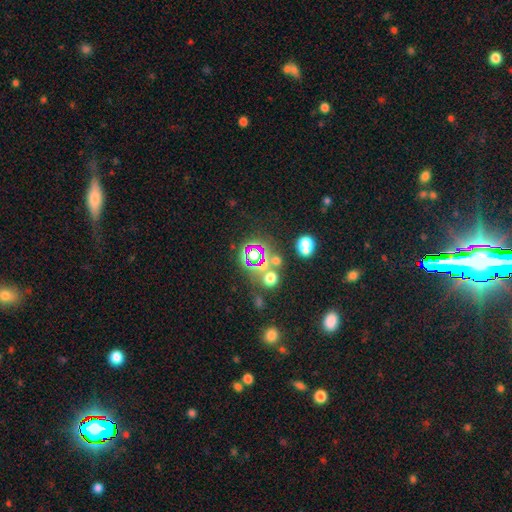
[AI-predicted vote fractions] smooth_or_featured: star or artifact (p=0.55) [alt: smooth p=0.32]